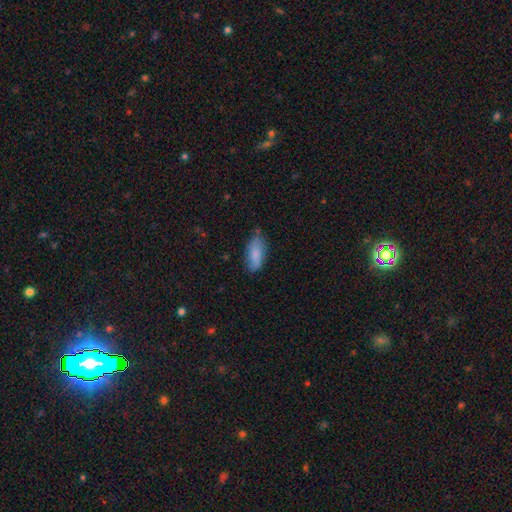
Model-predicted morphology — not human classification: Smooth or featured? Predicted: smooth (p=0.79). How rounded? Predicted: in between (p=0.82). Merging? Predicted: none (p=0.66).